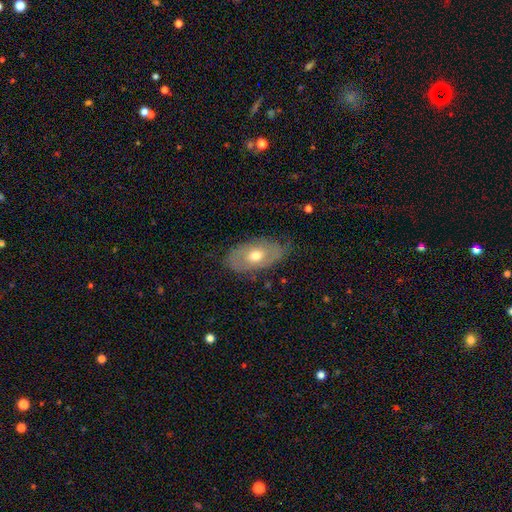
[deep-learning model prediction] Overall: smooth (51%; featured or disk 42%). How rounded: in between (90%). Merging: none (67%).